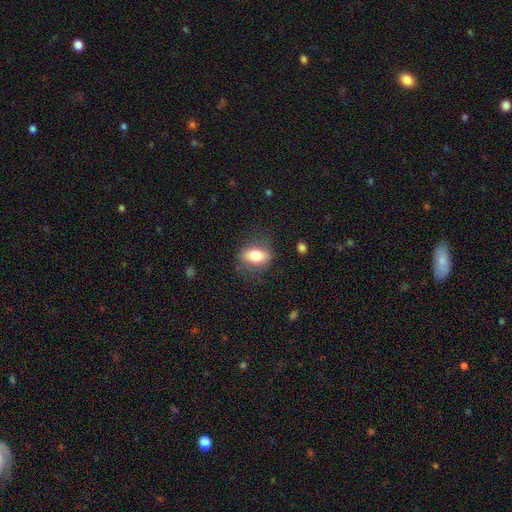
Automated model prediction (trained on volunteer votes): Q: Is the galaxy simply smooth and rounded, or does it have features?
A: smooth — 74%.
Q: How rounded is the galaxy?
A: in between — 79%.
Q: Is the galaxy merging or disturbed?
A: none — 78%.